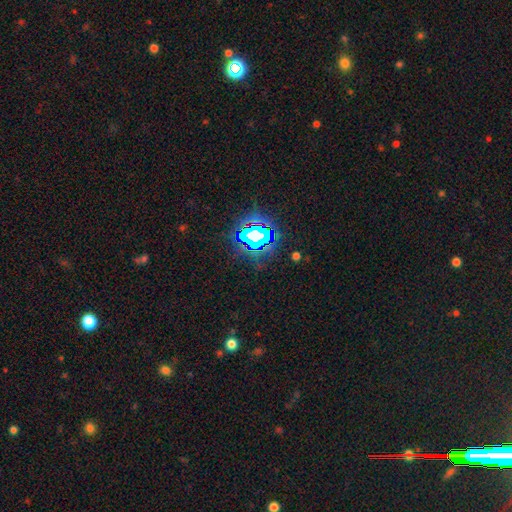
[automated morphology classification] The model was most divided on "smooth or featured": star or artifact: 80%, smooth: 13%, featured or disk: 7%.